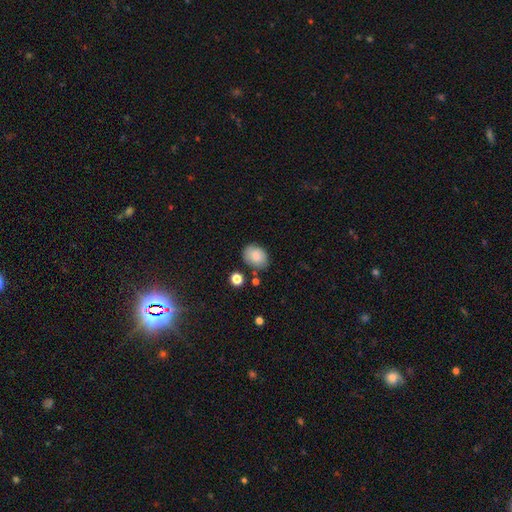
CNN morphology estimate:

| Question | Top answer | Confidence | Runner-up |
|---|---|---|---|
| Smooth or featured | smooth | 84% | featured or disk (8%) |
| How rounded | in between | 69% | round (30%) |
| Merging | none | 73% | minor disturbance (18%) |